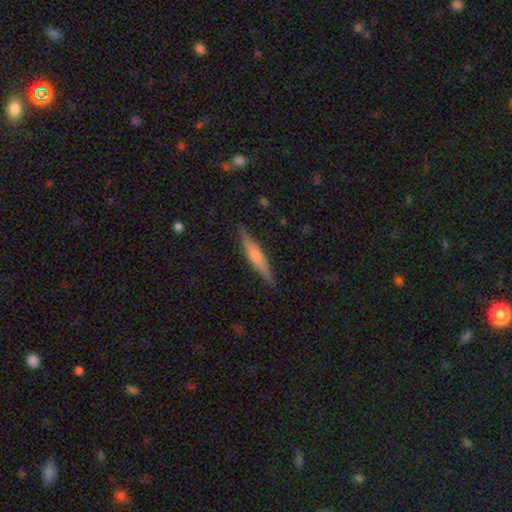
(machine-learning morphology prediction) type=smooth (48%); merging=none (88%).